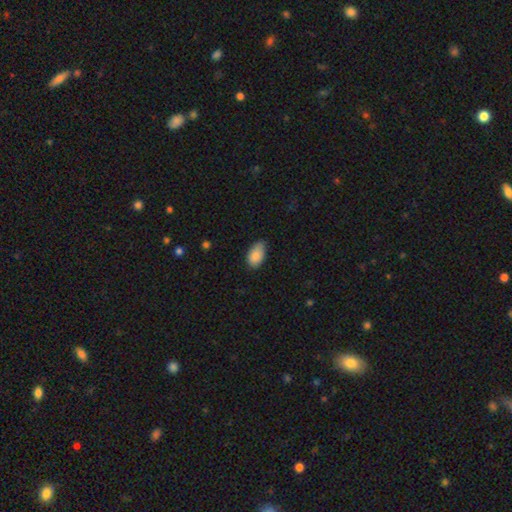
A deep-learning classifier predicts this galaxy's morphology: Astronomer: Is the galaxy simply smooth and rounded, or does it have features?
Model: smooth — 87%.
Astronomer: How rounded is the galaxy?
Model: in between — 93%.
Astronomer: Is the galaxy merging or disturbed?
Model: none — 65%.